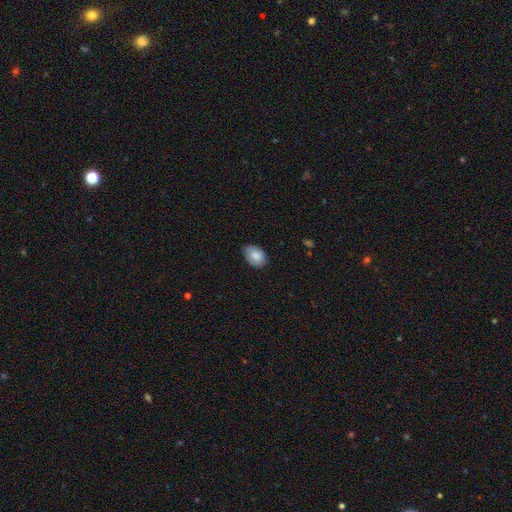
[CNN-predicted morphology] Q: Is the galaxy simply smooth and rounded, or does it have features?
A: smooth — 85%.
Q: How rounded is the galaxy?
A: in between — 83%.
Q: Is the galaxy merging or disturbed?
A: none — 73%.